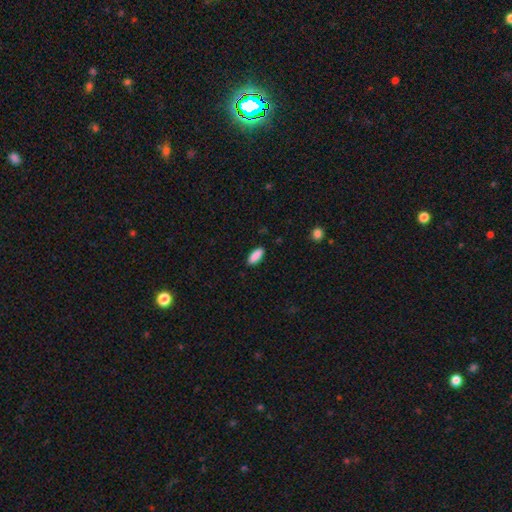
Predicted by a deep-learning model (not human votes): Smooth or featured? smooth (89%)
How rounded? in between (73%)
Merging? none (89%)